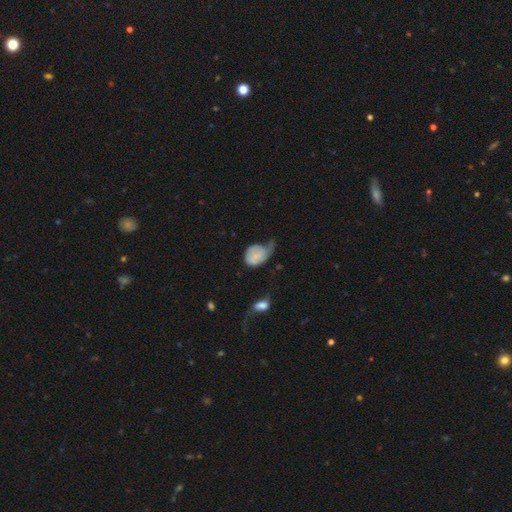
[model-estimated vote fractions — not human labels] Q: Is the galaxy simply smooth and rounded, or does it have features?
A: smooth — 66%.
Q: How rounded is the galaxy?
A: in between — 63%.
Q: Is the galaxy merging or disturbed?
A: major disturbance — 46%.